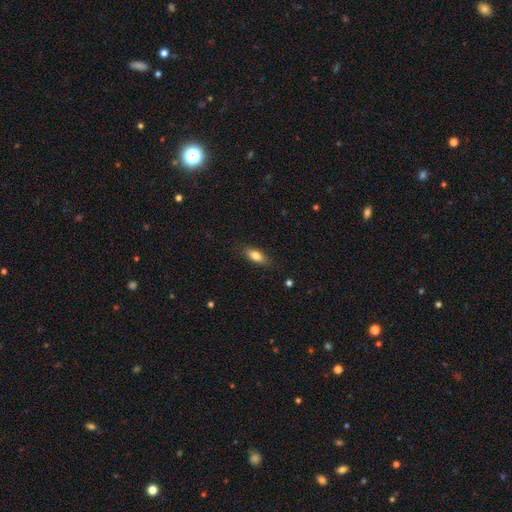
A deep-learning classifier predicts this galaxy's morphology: This is likely a smooth galaxy (78%). How rounded: likely in between (77%). Merging: clearly none (83%).